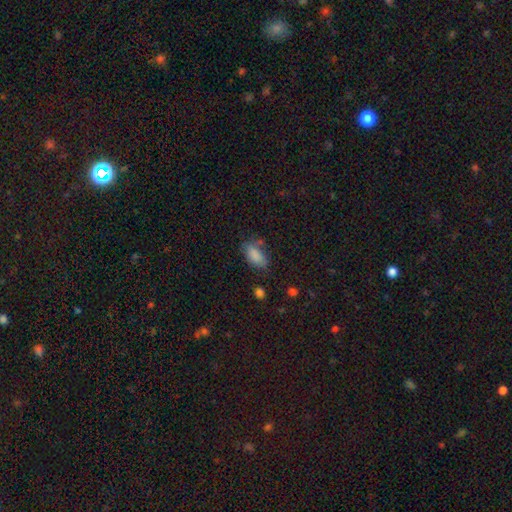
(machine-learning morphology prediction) type=smooth (85%); roundness=in between (90%); merging=none (67%).